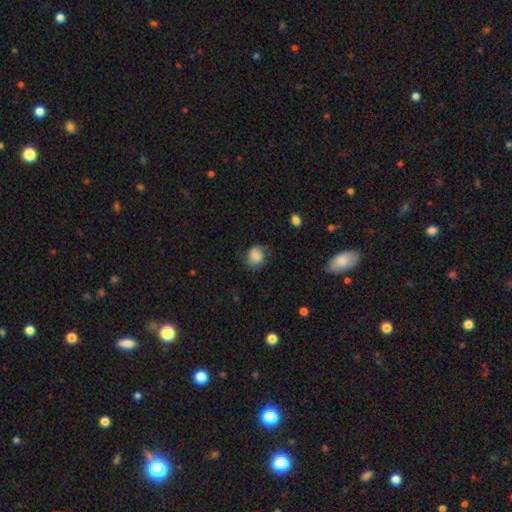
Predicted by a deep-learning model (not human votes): Q: Smooth or featured?
A: smooth (79%); runner-up: featured or disk (12%)
Q: How rounded?
A: round (75%); runner-up: in between (24%)
Q: Merging?
A: none (71%); runner-up: minor disturbance (21%)